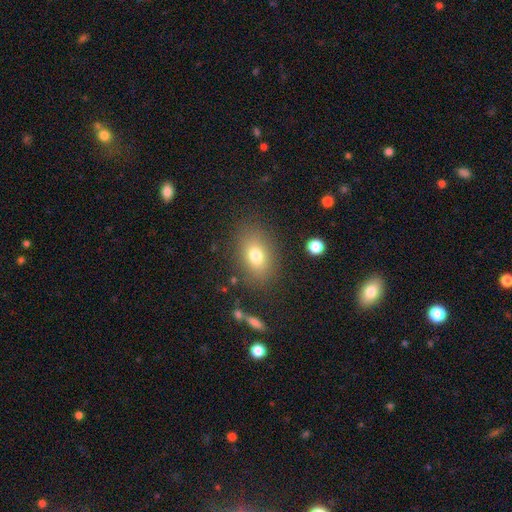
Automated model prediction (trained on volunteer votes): The model was most divided on "how rounded": in between: 78%, round: 20%, cigar-shaped: 2%. More confident: merging — none (81%); smooth or featured — smooth (76%).